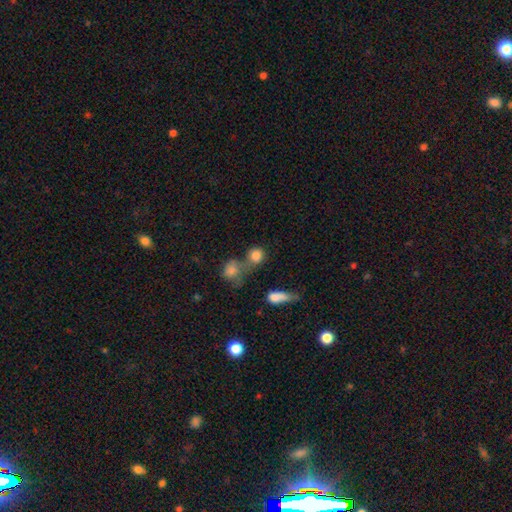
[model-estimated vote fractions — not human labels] Overall: smooth (81%). How rounded: round (79%). Merging: none (45%; merger 37%).